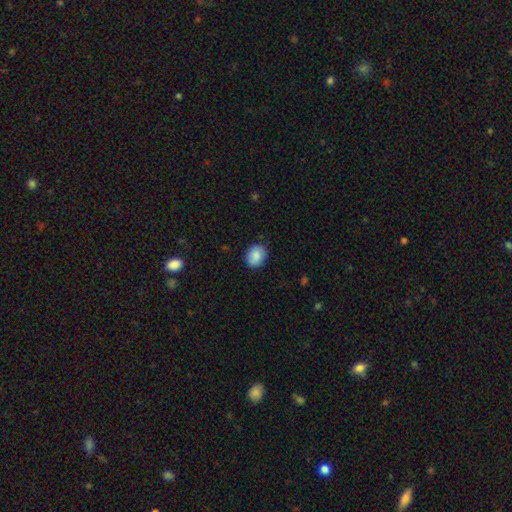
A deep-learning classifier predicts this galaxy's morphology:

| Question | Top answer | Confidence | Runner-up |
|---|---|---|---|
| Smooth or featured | smooth | 88% | star or artifact (7%) |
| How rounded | round | 54% | in between (45%) |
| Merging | none | 87% | minor disturbance (10%) |